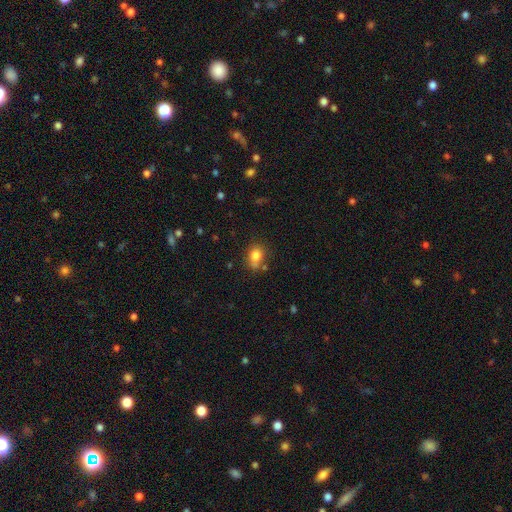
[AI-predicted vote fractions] Smooth or featured: smooth — 80% (star or artifact — 11%)
How rounded: round — 51% (in between — 48%)
Merging: none — 58% (minor disturbance — 21%)